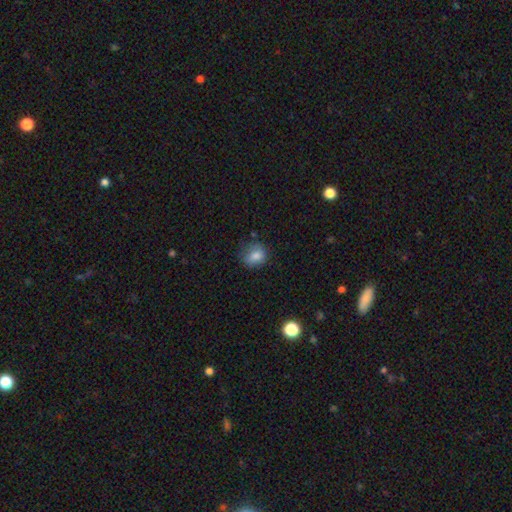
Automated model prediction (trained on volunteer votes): Overall: smooth (81%). How rounded: round (59%; in between 40%). Merging: none (63%; minor disturbance 26%).